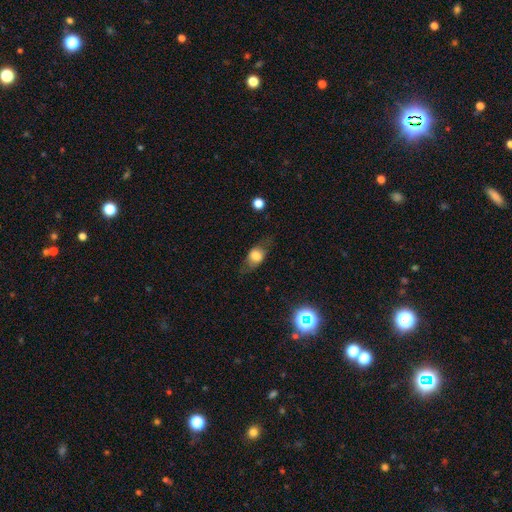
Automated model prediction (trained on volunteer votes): Smooth or featured?
  - smooth: 59% *
  - featured or disk: 31%
  - star or artifact: 10%
How rounded?
  - in between: 67% *
  - round: 24%
  - cigar-shaped: 9%
Merging?
  - none: 68% *
  - minor disturbance: 20%
  - major disturbance: 10%
  - merger: 2%